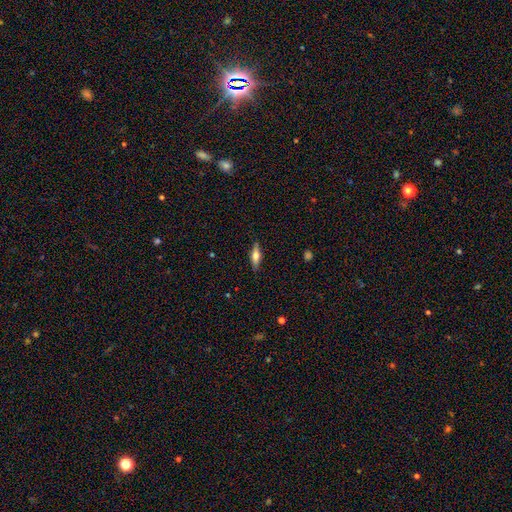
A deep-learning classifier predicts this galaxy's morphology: type=smooth (54%); roundness=cigar-shaped (53%); merging=none (87%).